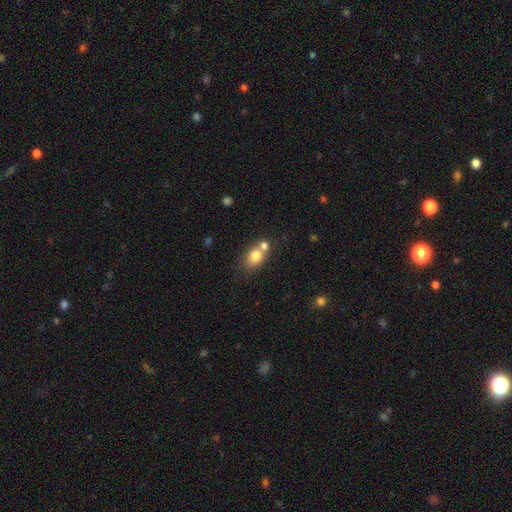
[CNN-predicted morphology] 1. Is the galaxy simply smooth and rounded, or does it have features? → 77% smooth, 13% featured or disk, 10% star or artifact.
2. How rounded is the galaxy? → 60% in between, 38% round, 2% cigar-shaped.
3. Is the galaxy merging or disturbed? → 44% none, 41% merger, 11% minor disturbance, 4% major disturbance.